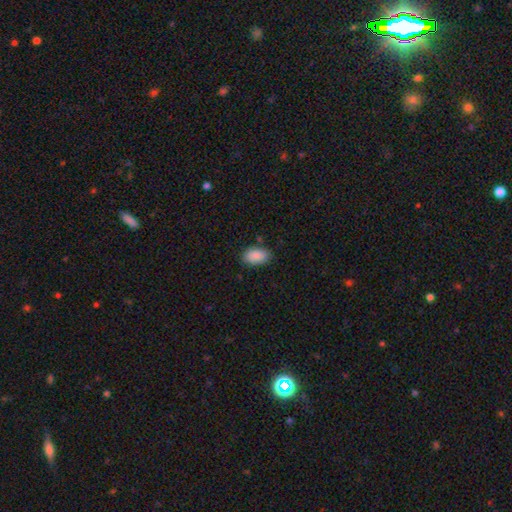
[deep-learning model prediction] A smooth galaxy with no disk features (89%) that is in between round and cigar-shaped (93%).

Vote fractions:
- Smooth or featured? smooth: 89% / star or artifact: 7% / featured or disk: 4%
- How rounded? in between: 93% / round: 6% / cigar-shaped: 1%
- Merging? none: 82% / minor disturbance: 13% / major disturbance: 3% / merger: 2%